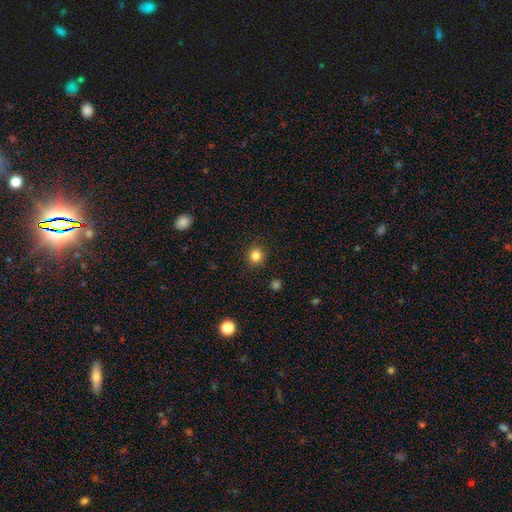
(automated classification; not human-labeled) smooth-or-featured: smooth: 84% | star or artifact: 12% | featured or disk: 4%
  how-rounded: round: 91% | in between: 8% | cigar-shaped: 1%
  merging: none: 91% | minor disturbance: 6% | major disturbance: 2% | merger: 1%